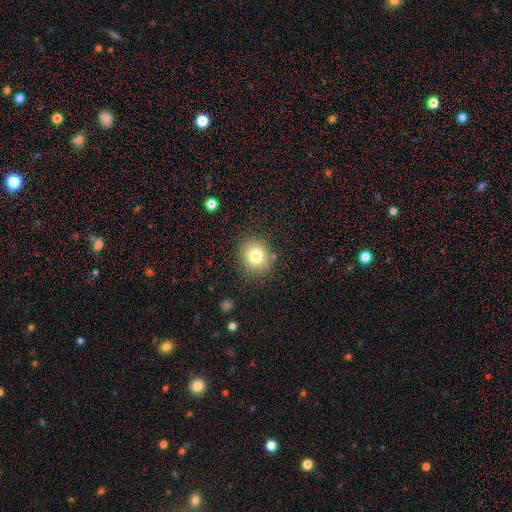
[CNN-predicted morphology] This is likely a smooth galaxy (78%). How rounded: clearly round (82%). Merging: clearly none (84%).